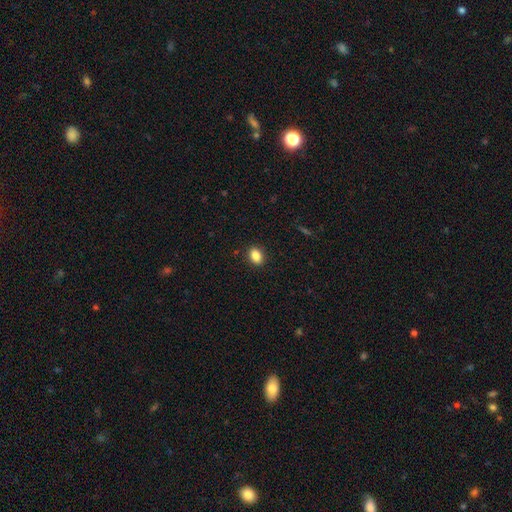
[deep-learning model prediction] Overall: smooth (87%). How rounded: in between (76%). Merging: none (90%).